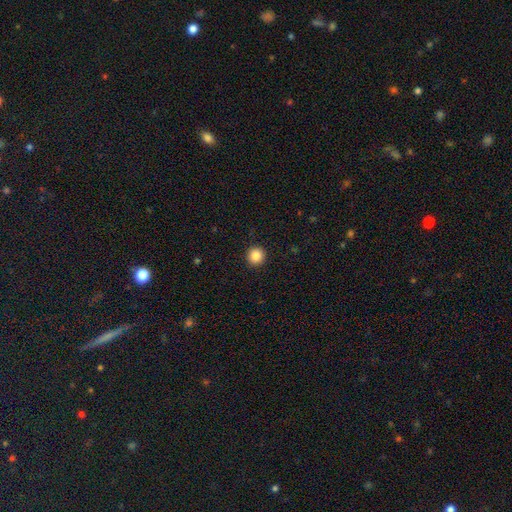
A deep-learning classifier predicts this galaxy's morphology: type=smooth (86%); roundness=round (95%); merging=none (93%).